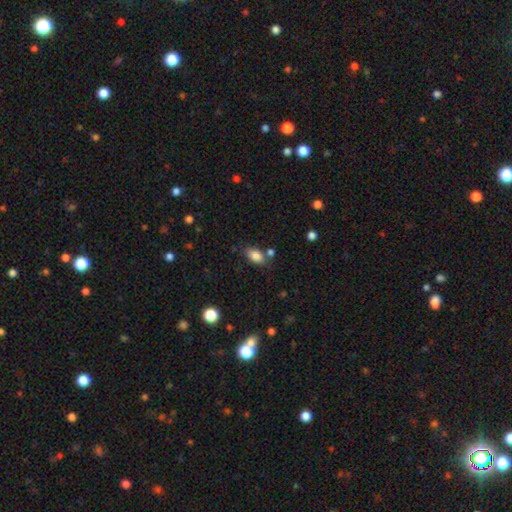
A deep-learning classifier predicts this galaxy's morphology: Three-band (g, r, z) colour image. It shows a smooth galaxy with no disk features (84%) that is in between round and cigar-shaped (90%). Merging: none (69%).